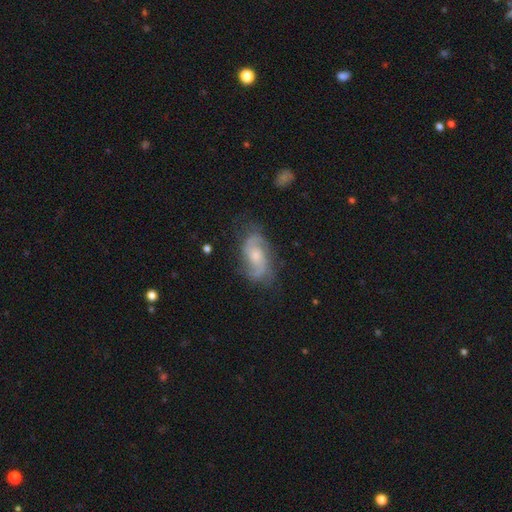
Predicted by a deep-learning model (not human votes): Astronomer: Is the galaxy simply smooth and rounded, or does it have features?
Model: featured or disk — 80%.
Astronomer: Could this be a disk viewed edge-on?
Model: no — 96%.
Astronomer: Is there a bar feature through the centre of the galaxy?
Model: no — 60%.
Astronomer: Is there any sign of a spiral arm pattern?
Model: yes — 95%.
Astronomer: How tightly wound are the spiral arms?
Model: medium — 48% (runner-up: tight, 27%).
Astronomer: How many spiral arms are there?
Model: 2 — 78%.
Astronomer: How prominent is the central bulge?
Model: small — 46% (runner-up: moderate, 44%).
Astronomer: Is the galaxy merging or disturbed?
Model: none — 70%.